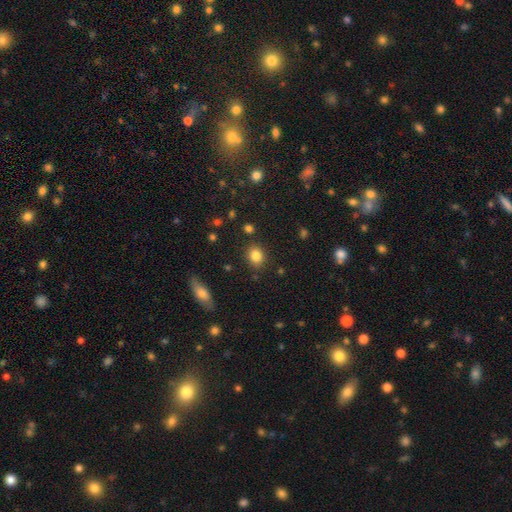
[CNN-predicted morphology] smooth 84%, star or artifact 10%, featured or disk 6%. Down the decision tree: how rounded — round (60%); merging — none (86%).